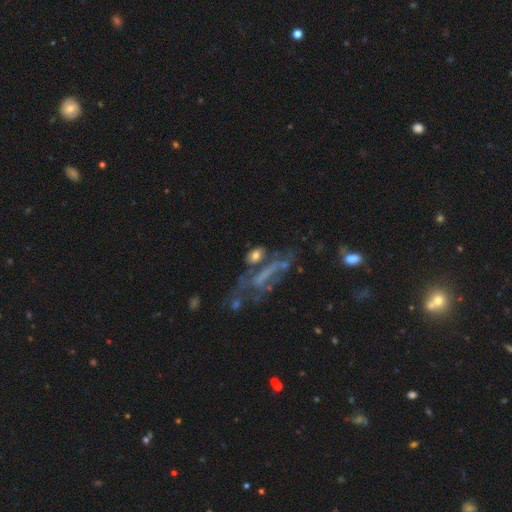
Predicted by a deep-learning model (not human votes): smooth 54%, featured or disk 34%, star or artifact 11%. Down the decision tree: how rounded — in between (73%); merging — none (41%).